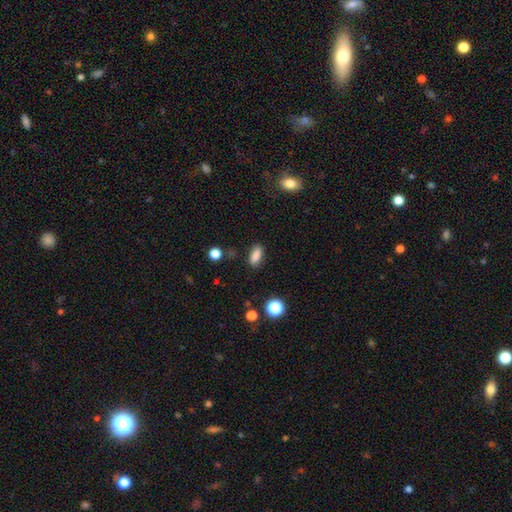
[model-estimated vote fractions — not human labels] A smooth galaxy with no disk features (85%) that is in between round and cigar-shaped (77%).

Vote fractions:
- Smooth or featured? smooth: 85% / star or artifact: 10% / featured or disk: 5%
- How rounded? in between: 77% / cigar-shaped: 17% / round: 5%
- Merging? none: 84% / minor disturbance: 11% / major disturbance: 3% / merger: 2%